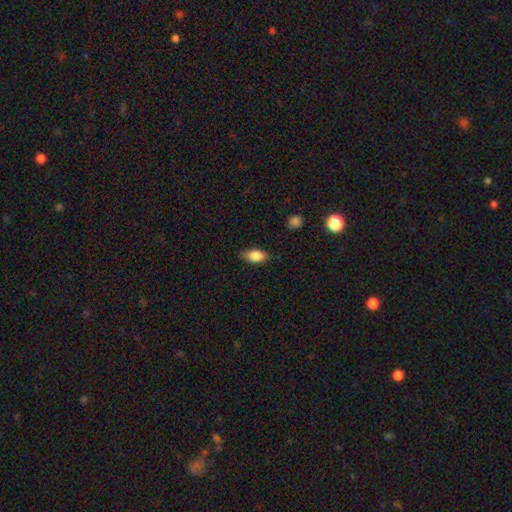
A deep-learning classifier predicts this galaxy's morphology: Smooth or featured? smooth (81%)
How rounded? in between (86%)
Merging? none (81%)